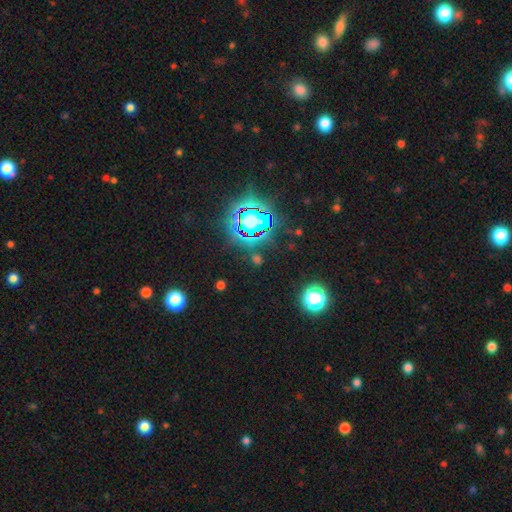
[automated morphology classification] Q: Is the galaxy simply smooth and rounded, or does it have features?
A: star or artifact — 70%.